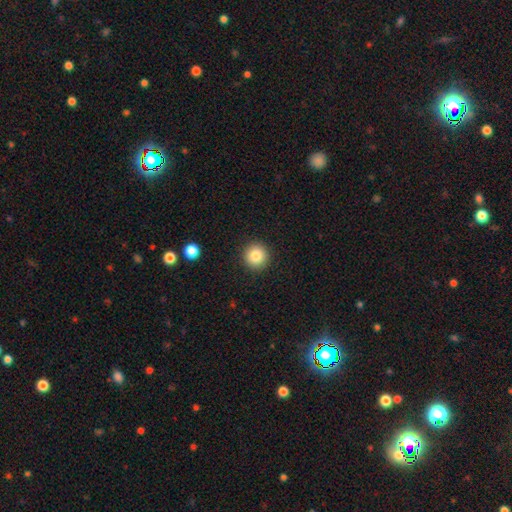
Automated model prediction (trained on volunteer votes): This appears to be a smooth galaxy with no disk features (84%) that is round (96%). Merging: none (92%).